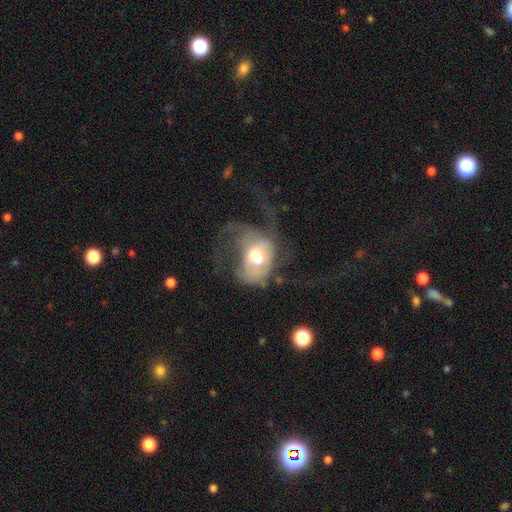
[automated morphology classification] smooth-or-featured: featured or disk: 52% | smooth: 39% | star or artifact: 9%
  disk-edge-on: no: 96% | yes: 4%
  merging: major disturbance: 62% | none: 18% | minor disturbance: 15% | merger: 5%